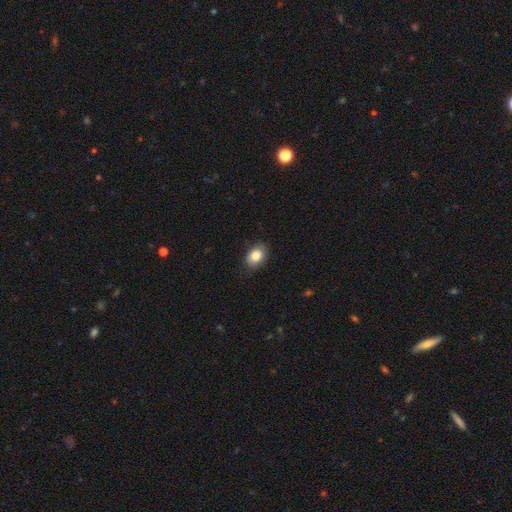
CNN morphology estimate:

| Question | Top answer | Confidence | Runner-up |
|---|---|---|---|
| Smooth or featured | smooth | 85% | star or artifact (8%) |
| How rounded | in between | 76% | round (23%) |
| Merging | none | 80% | minor disturbance (16%) |